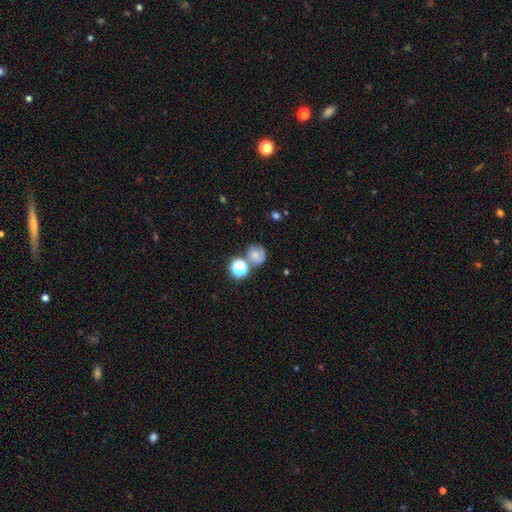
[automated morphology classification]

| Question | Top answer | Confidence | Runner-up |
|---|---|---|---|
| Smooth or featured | smooth | 59% | featured or disk (23%) |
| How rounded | round | 77% | in between (22%) |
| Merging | none | 52% | merger (22%) |